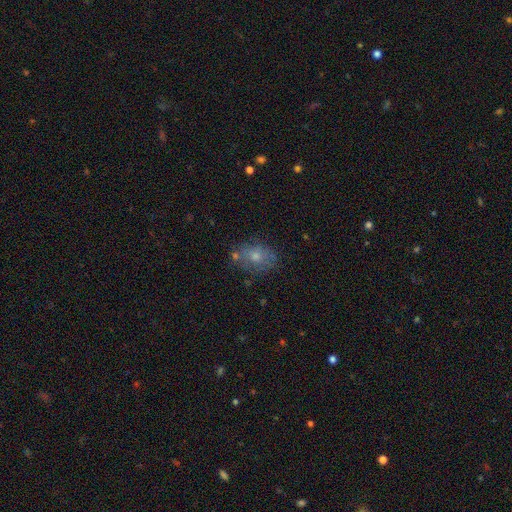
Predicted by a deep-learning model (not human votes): smooth 61%, featured or disk 22%, star or artifact 17%. Down the decision tree: how rounded — in between (62%); merging — none (71%).